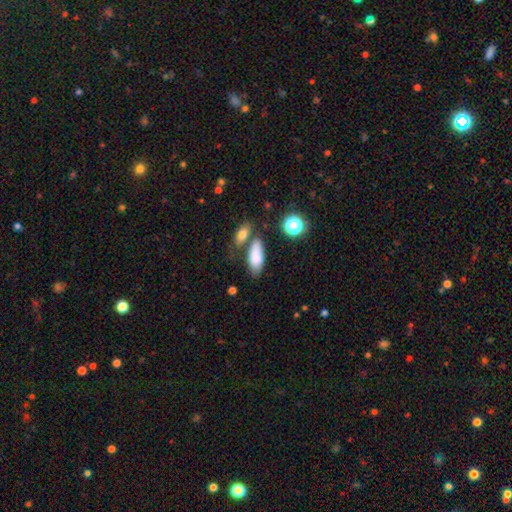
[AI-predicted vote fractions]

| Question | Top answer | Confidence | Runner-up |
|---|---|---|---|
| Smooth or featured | smooth | 82% | featured or disk (9%) |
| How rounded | in between | 80% | cigar-shaped (15%) |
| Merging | none | 57% | merger (20%) |